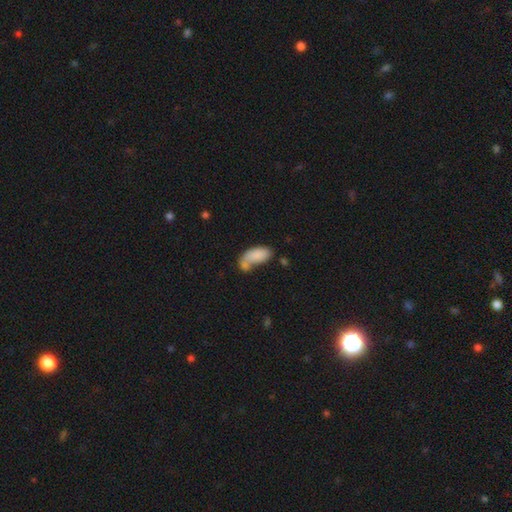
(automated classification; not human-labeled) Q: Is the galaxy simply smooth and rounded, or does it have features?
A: smooth — 81%.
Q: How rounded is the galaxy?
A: in between — 88%.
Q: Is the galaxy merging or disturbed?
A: none — 34%.